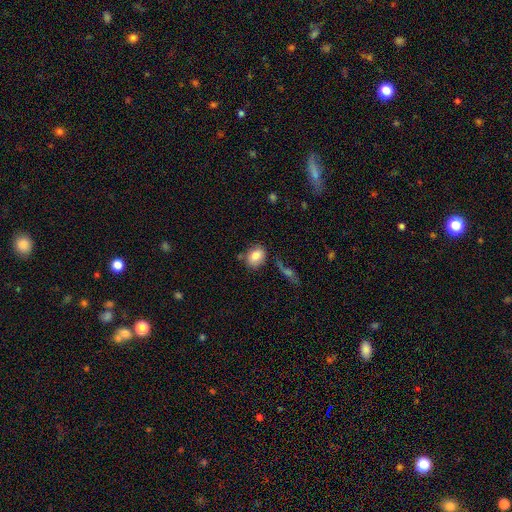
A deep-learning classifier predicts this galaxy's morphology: smooth_or_featured: smooth (p=0.82) [alt: featured or disk p=0.10]
how_rounded: in between (p=0.61) [alt: round p=0.37]
merging: none (p=0.65) [alt: minor disturbance p=0.19]